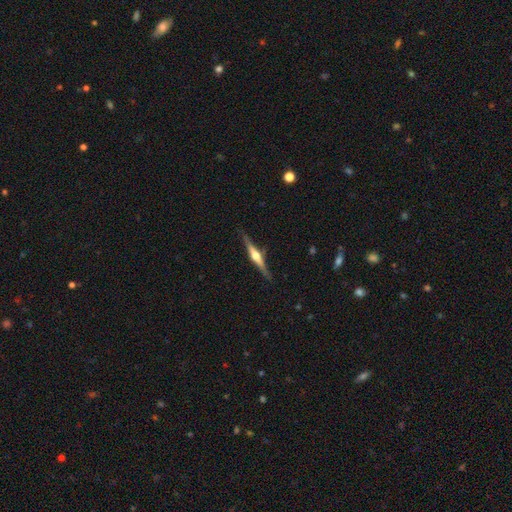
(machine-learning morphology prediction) The model was most divided on "smooth or featured": featured or disk: 79%, smooth: 15%, star or artifact: 5%. More confident: edge-on disk — yes (98%); edge-on bulge — rounded (92%); merging — none (88%).